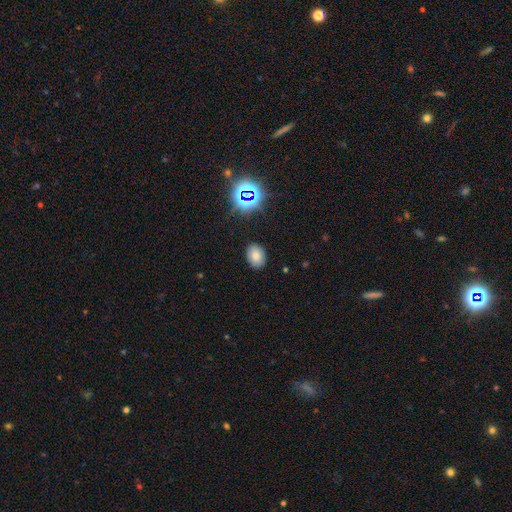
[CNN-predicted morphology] Overall: smooth (75%). How rounded: in between (74%). Merging: none (86%).